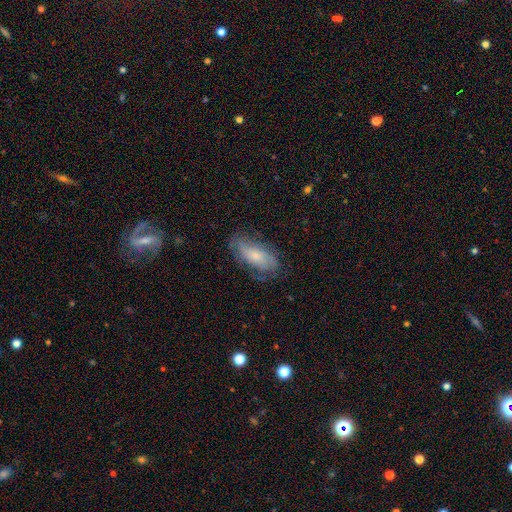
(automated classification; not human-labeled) Q: Smooth or featured?
A: smooth (49%); runner-up: featured or disk (43%)
Q: Merging?
A: none (63%); runner-up: minor disturbance (25%)